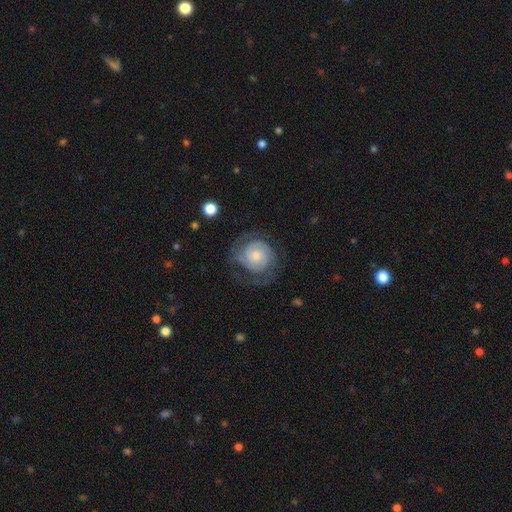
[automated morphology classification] type=featured or disk (75%); edge-on=no (98%); bar=no (75%); spiral arms=yes (93%); winding=tight (60%); arm count=2 (55%); bulge=small (54%); merging=none (62%).